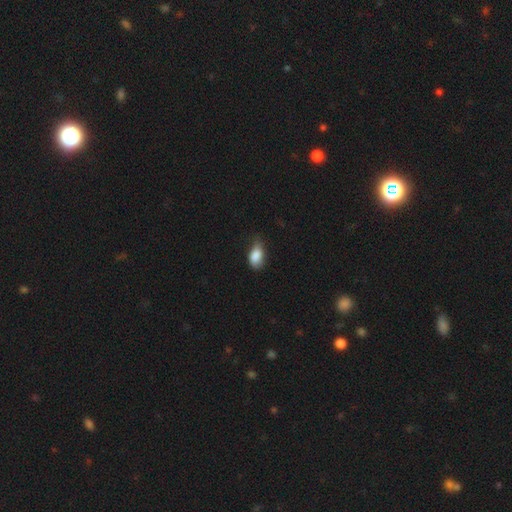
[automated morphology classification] The model was most divided on "merging": none: 46%, minor disturbance: 41%, major disturbance: 11%, merger: 2%. More confident: how rounded — in between (89%); smooth or featured — smooth (85%).